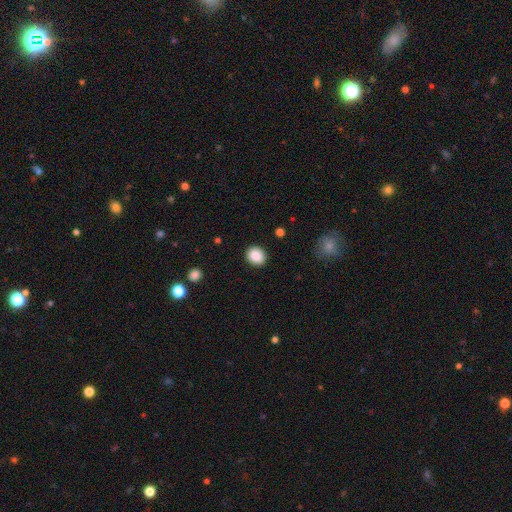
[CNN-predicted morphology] Smooth or featured? smooth (88%)
How rounded? round (69%)
Merging? none (89%)